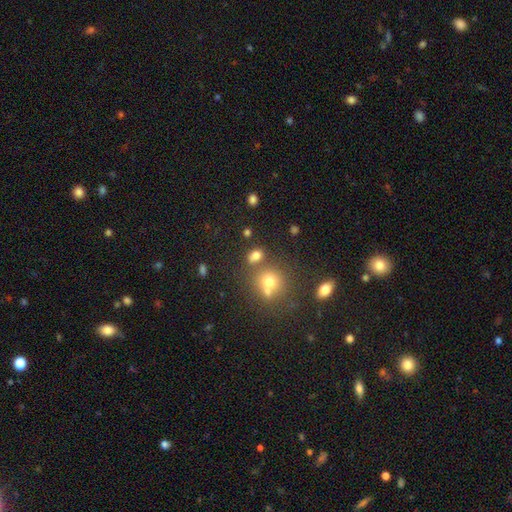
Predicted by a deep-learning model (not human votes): smooth 73%, star or artifact 17%, featured or disk 9%. Down the decision tree: how rounded — in between (67%); merging — none (62%).